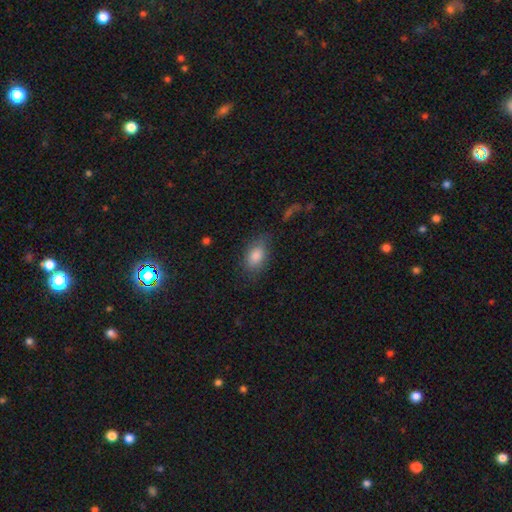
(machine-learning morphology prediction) Q: Smooth or featured?
A: smooth (82%); runner-up: star or artifact (9%)
Q: How rounded?
A: in between (87%); runner-up: round (9%)
Q: Merging?
A: none (73%); runner-up: minor disturbance (19%)